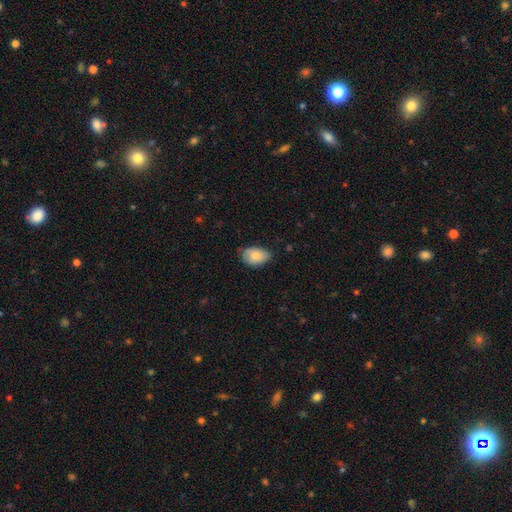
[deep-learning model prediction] A smooth galaxy with no disk features (80%) that is in between round and cigar-shaped (87%).

Vote fractions:
- Smooth or featured? smooth: 80% / featured or disk: 13% / star or artifact: 7%
- How rounded? in between: 87% / round: 12% / cigar-shaped: 1%
- Merging? none: 66% / minor disturbance: 28% / major disturbance: 4% / merger: 1%